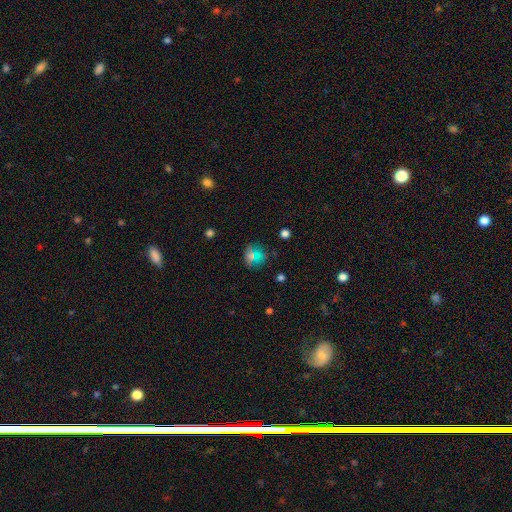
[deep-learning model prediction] A smooth galaxy with no disk features (65%) that is round (73%).

Vote fractions:
- Smooth or featured? smooth: 65% / star or artifact: 22% / featured or disk: 14%
- How rounded? round: 73% / in between: 25% / cigar-shaped: 2%
- Merging? none: 66% / minor disturbance: 19% / major disturbance: 9% / merger: 6%